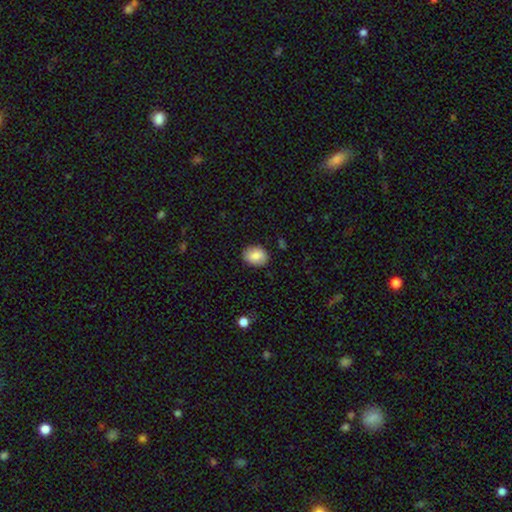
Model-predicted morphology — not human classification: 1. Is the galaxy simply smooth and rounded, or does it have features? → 86% smooth, 7% star or artifact, 6% featured or disk.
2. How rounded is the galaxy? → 64% in between, 35% round, 1% cigar-shaped.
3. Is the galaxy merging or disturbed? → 86% none, 10% minor disturbance, 2% major disturbance, 1% merger.